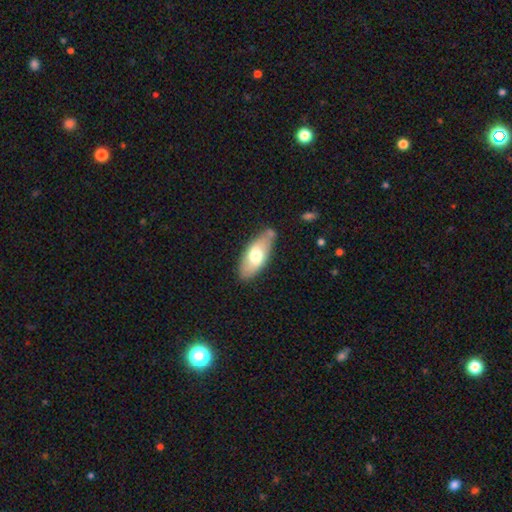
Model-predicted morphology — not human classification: This is likely a smooth galaxy (64%). How rounded: clearly in between (83%). Merging: likely none (70%).